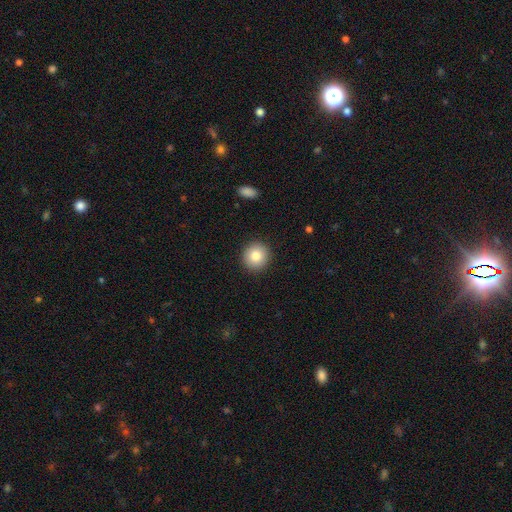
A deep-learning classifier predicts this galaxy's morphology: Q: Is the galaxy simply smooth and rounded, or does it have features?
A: smooth — 84%.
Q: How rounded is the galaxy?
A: round — 91%.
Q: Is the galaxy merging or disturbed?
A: none — 92%.